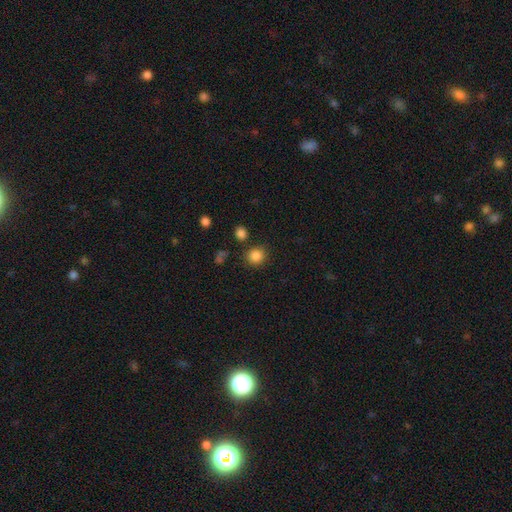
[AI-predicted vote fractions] Smooth or featured: smooth — 85% (star or artifact — 11%)
How rounded: round — 87% (in between — 12%)
Merging: none — 84% (minor disturbance — 9%)